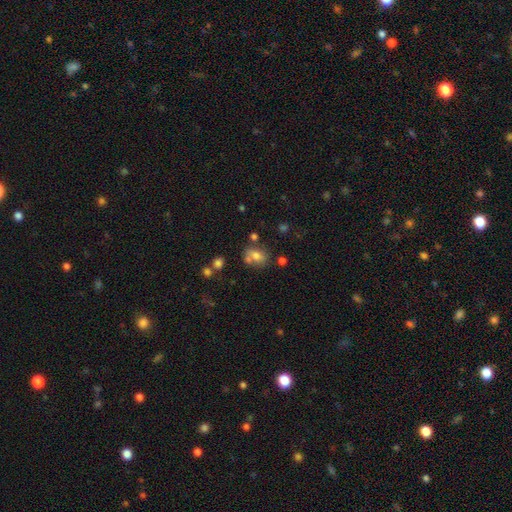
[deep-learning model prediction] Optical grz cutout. It shows a smooth galaxy with no disk features (71%) that is in between round and cigar-shaped (58%). Merging: none (57%).